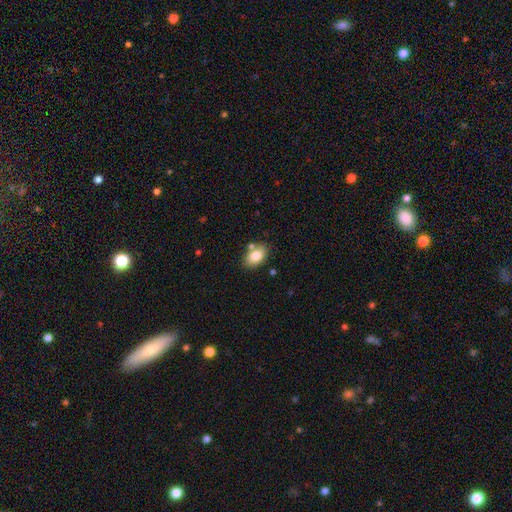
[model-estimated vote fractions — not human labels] The model was most divided on "merging": none: 72%, minor disturbance: 14%, merger: 11%, major disturbance: 3%. More confident: how rounded — in between (87%); smooth or featured — smooth (82%).